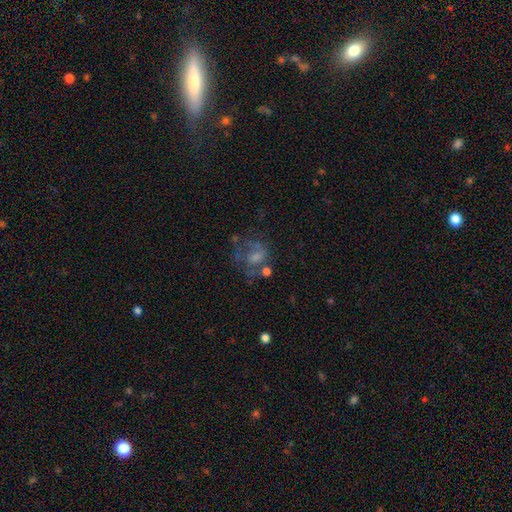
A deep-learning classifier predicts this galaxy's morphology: A featured or disk galaxy (47%). Merging: none (35%).